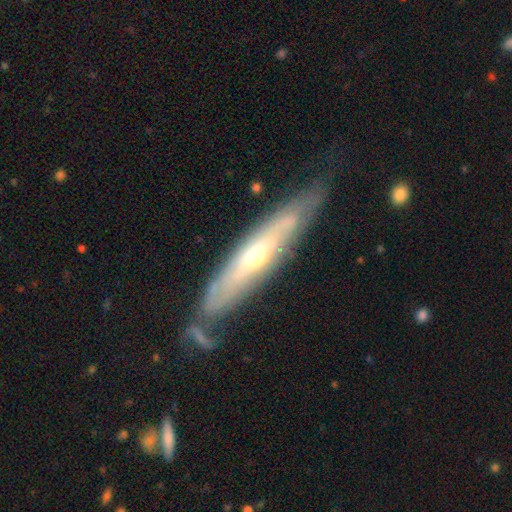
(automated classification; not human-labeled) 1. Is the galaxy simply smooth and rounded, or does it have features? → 72% featured or disk, 22% smooth, 6% star or artifact.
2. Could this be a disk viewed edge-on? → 52% yes, 48% no.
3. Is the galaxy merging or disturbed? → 66% none, 21% minor disturbance, 7% major disturbance, 6% merger.